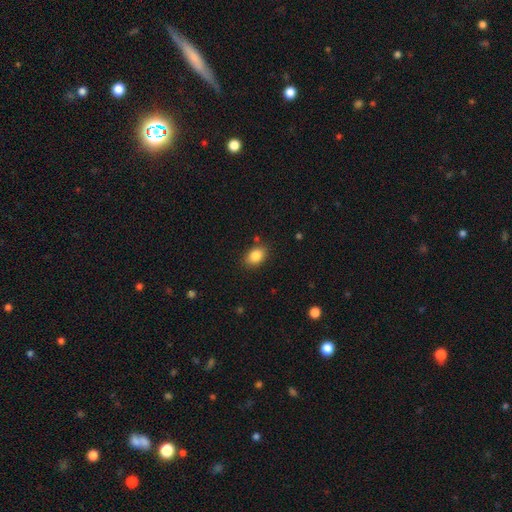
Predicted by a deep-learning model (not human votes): smooth_or_featured: smooth (p=0.85) [alt: star or artifact p=0.09]
how_rounded: in between (p=0.77) [alt: round p=0.22]
merging: none (p=0.83) [alt: minor disturbance p=0.12]